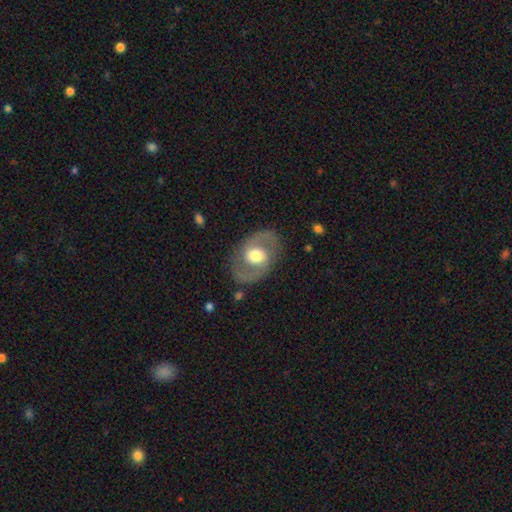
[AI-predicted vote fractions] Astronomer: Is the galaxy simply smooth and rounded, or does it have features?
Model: featured or disk — 72%.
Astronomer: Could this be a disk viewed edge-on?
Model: no — 96%.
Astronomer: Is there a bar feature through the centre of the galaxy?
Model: no — 54% (runner-up: weak, 35%).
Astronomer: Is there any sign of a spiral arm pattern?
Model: yes — 76%.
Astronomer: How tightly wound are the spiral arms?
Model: medium — 55%.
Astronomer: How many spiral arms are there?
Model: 2 — 90%.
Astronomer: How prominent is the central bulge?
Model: moderate — 58%.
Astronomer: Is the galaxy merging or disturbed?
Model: none — 81%.